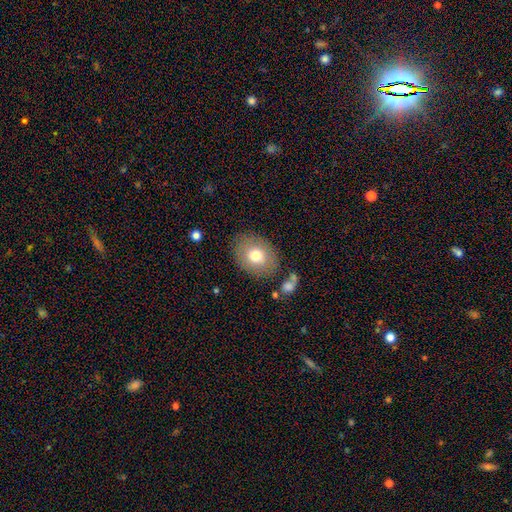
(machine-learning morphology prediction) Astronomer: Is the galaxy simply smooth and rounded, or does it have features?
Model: smooth — 74%.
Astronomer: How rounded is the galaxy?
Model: in between — 61% (runner-up: round, 38%).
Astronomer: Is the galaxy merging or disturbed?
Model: none — 81%.